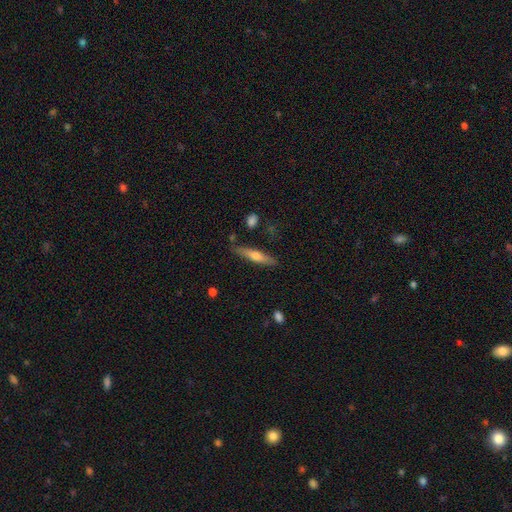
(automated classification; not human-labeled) This is possibly a smooth galaxy (50%). Merging: clearly none (83%).